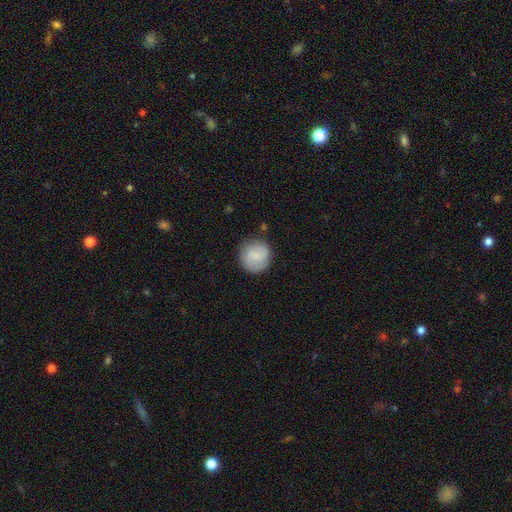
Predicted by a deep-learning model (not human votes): Smooth or featured? smooth (75%)
How rounded? round (93%)
Merging? none (82%)